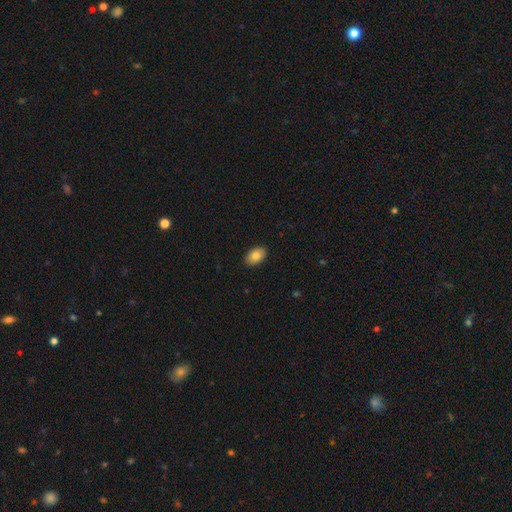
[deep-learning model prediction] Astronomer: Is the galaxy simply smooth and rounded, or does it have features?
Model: smooth — 84%.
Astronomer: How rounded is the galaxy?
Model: in between — 89%.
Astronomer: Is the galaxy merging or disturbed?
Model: none — 90%.